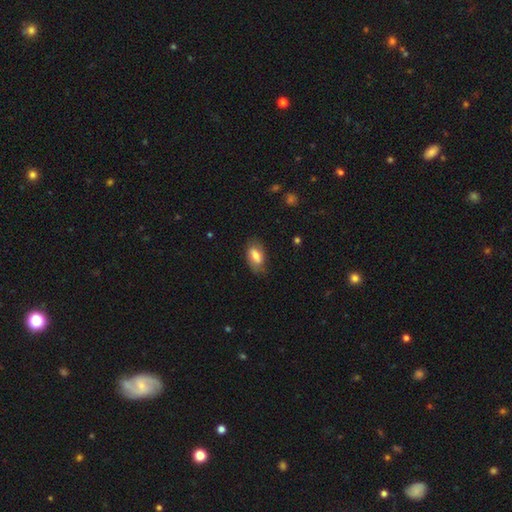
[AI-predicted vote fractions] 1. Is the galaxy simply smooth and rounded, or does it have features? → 64% smooth, 29% featured or disk, 7% star or artifact.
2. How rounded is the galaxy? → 91% in between, 6% round, 4% cigar-shaped.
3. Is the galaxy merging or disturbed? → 69% none, 23% minor disturbance, 7% major disturbance, 1% merger.